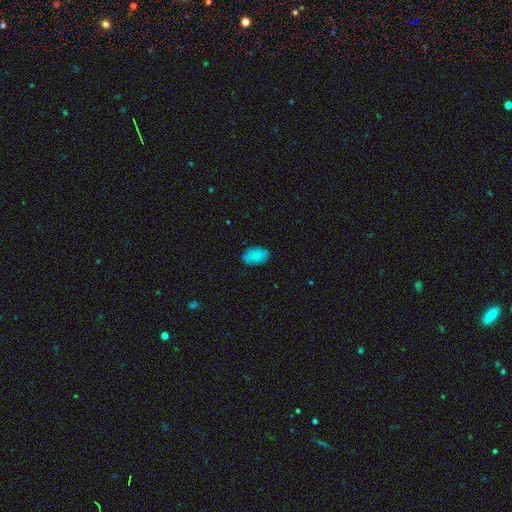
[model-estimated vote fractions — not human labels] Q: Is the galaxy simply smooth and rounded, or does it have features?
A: smooth — 85%.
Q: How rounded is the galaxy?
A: in between — 88%.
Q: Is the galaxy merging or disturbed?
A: none — 79%.